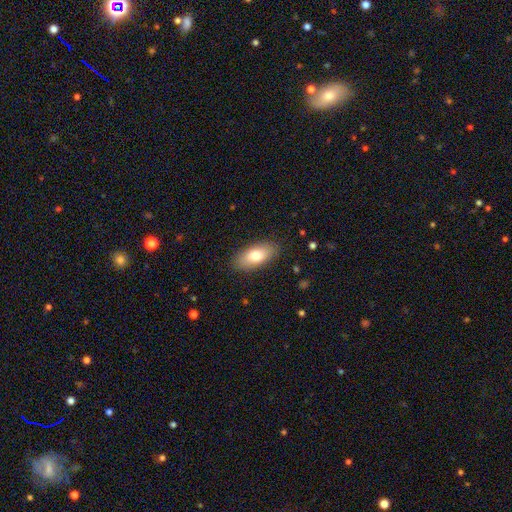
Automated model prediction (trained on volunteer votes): Smooth or featured? smooth (78%)
How rounded? in between (87%)
Merging? none (86%)